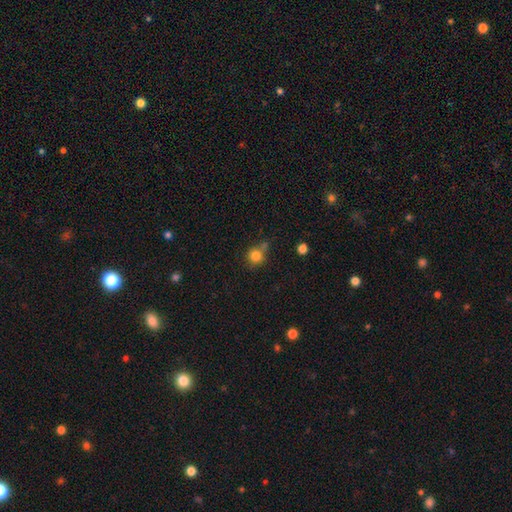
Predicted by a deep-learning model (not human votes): Smooth or featured?
  - smooth: 81% *
  - star or artifact: 12%
  - featured or disk: 7%
How rounded?
  - round: 90% *
  - in between: 9%
  - cigar-shaped: 1%
Merging?
  - none: 60% *
  - merger: 20%
  - minor disturbance: 15%
  - major disturbance: 5%